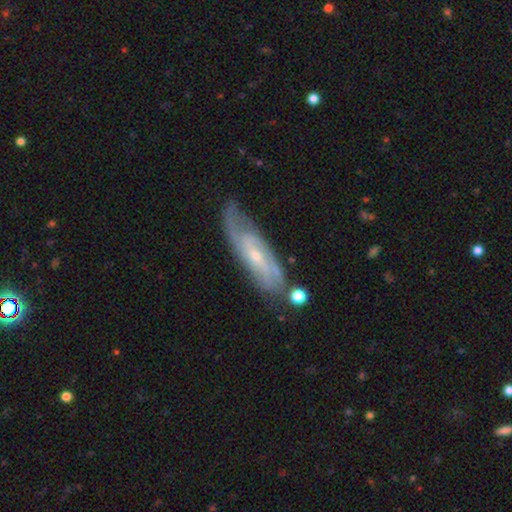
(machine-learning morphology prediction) Smooth or featured? featured or disk (77%)
Edge-on disk? no (80%)
Bar? no (47%)
Spiral arms? yes (91%)
Spiral winding? tight (41%)
Spiral arm count? 2 (45%)
Bulge size? small (66%)
Merging? none (63%)